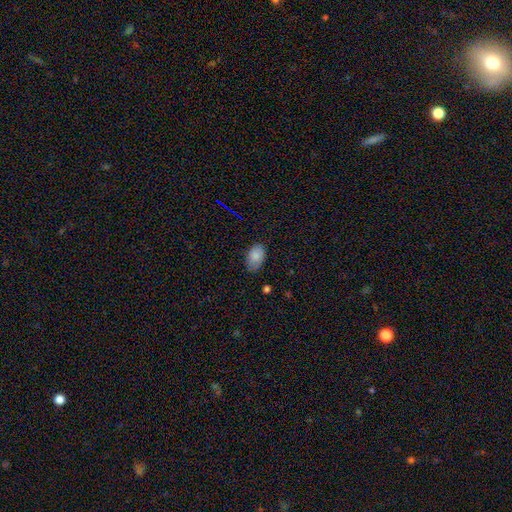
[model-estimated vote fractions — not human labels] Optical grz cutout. It shows a smooth galaxy with no disk features (84%) that is in between round and cigar-shaped (92%). Merging: none (75%).